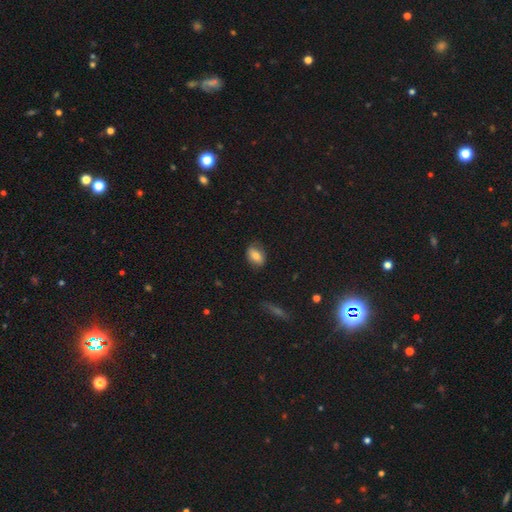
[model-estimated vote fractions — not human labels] Overall: smooth (75%). How rounded: in between (82%). Merging: none (80%).